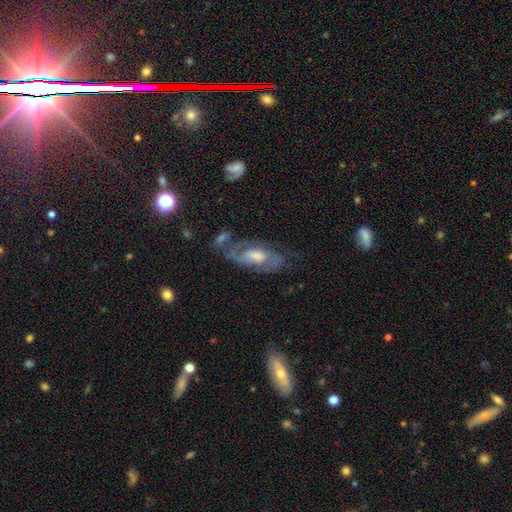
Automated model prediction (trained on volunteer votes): The model was most divided on "spiral winding": medium: 46%, tight: 39%, loose: 16%. Remaining: edge-on disk — no (91%); spiral arms — yes (87%); smooth or featured — featured or disk (77%); merging — none (60%); spiral arm count — 2 (59%); bar — no (52%); bulge size — moderate (50%).